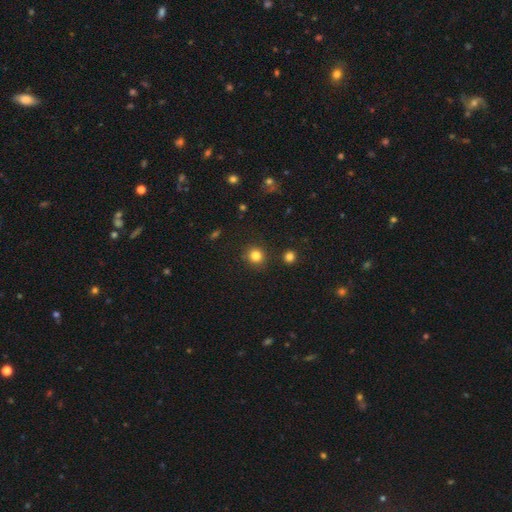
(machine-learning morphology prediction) A smooth galaxy with no disk features (82%) that is round (90%). Merging: none (89%).